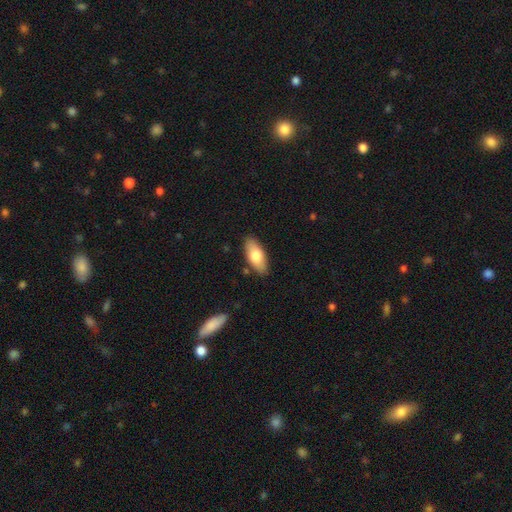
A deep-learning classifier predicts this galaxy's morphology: Smooth or featured: smooth — 74% (featured or disk — 20%)
How rounded: in between — 85% (cigar-shaped — 13%)
Merging: none — 86% (minor disturbance — 10%)